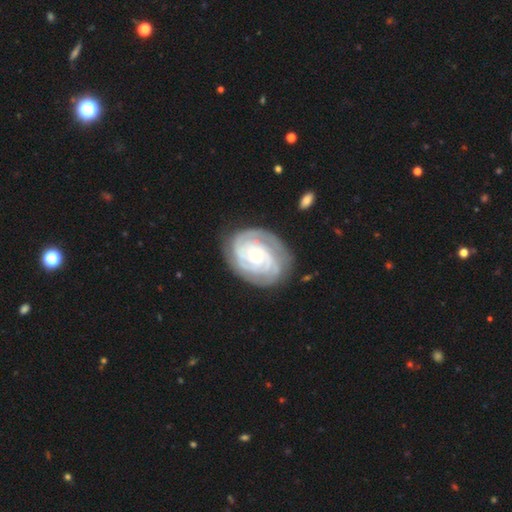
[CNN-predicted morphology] smooth-or-featured: featured or disk: 88% | smooth: 8% | star or artifact: 4%
  disk-edge-on: no: 98% | yes: 2%
    bar: no: 77% | weak: 18% | strong: 5%
    has-spiral-arms: yes: 97% | no: 3%
      spiral-winding: tight: 78% | medium: 19% | loose: 3%
      spiral-arm-count: 3: 31% | 2: 23% | can't tell: 20% | 4: 14% | more than 4: 6% | 1: 6%
    bulge-size: small: 73% | moderate: 23% | large: 2% | none: 1% | dominant: 1%
  merging: none: 77% | minor disturbance: 16% | major disturbance: 5% | merger: 1%